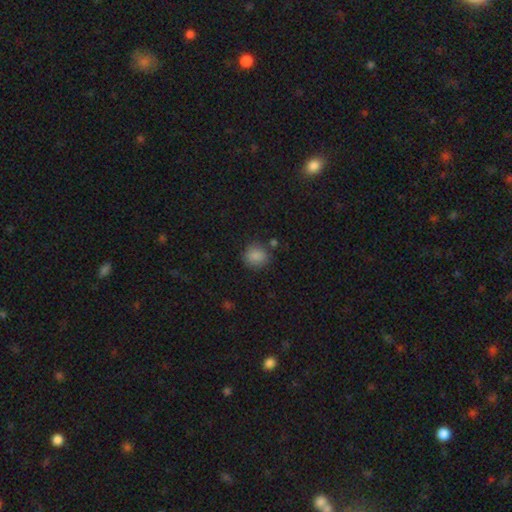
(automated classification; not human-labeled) Smooth or featured: smooth — 86% (star or artifact — 10%)
How rounded: round — 78% (in between — 21%)
Merging: none — 80% (minor disturbance — 13%)